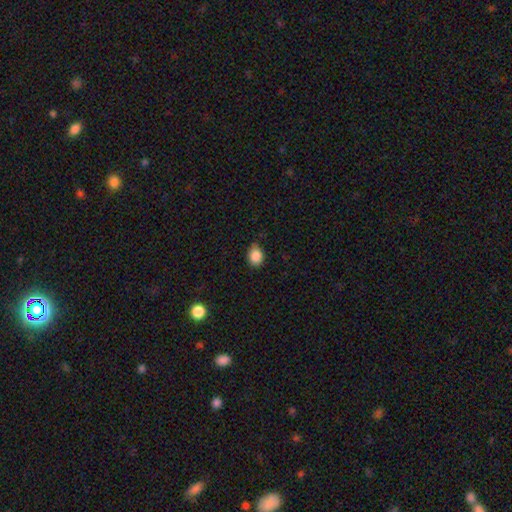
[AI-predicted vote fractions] Smooth or featured?
  - smooth: 87% *
  - star or artifact: 9%
  - featured or disk: 4%
How rounded?
  - in between: 60% *
  - round: 39%
  - cigar-shaped: 1%
Merging?
  - none: 73% *
  - minor disturbance: 22%
  - major disturbance: 3%
  - merger: 1%